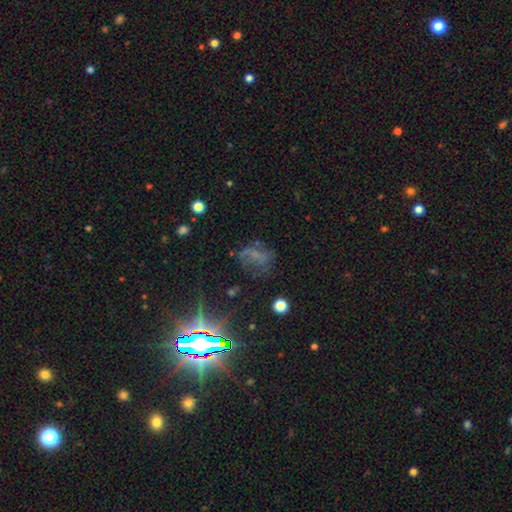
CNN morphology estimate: Q: Smooth or featured?
A: star or artifact (35%); runner-up: featured or disk (34%)